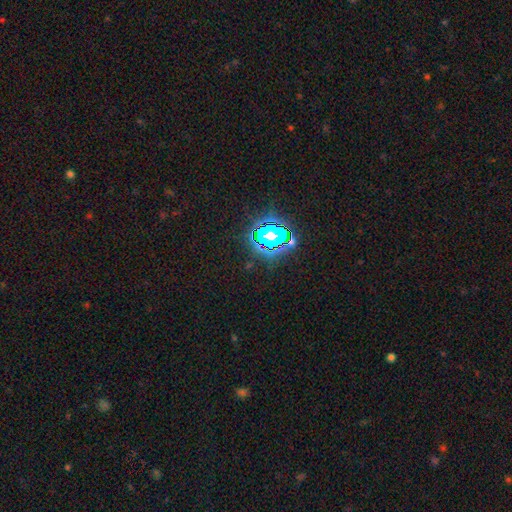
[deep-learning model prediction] Q: Smooth or featured?
A: star or artifact (80%); runner-up: smooth (12%)